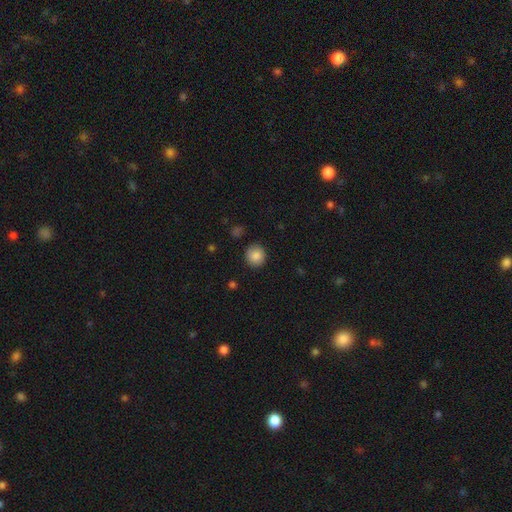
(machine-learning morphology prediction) type=smooth (87%); roundness=round (87%); merging=none (87%).